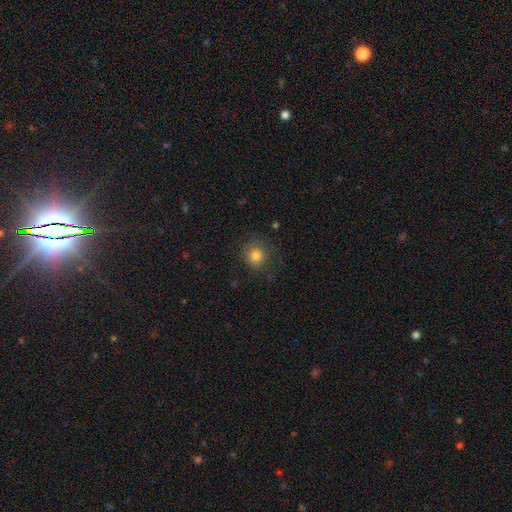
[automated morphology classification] Overall: smooth (80%). How rounded: round (91%). Merging: none (79%).